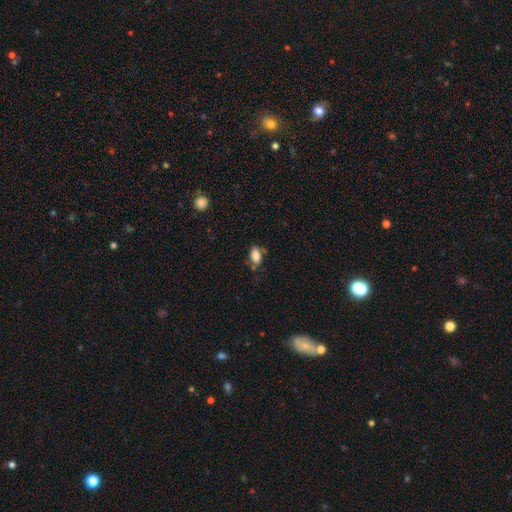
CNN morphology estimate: smooth-or-featured: smooth: 83% | featured or disk: 9% | star or artifact: 9%
  how-rounded: in between: 89% | round: 8% | cigar-shaped: 3%
  merging: none: 62% | minor disturbance: 25% | major disturbance: 7% | merger: 5%